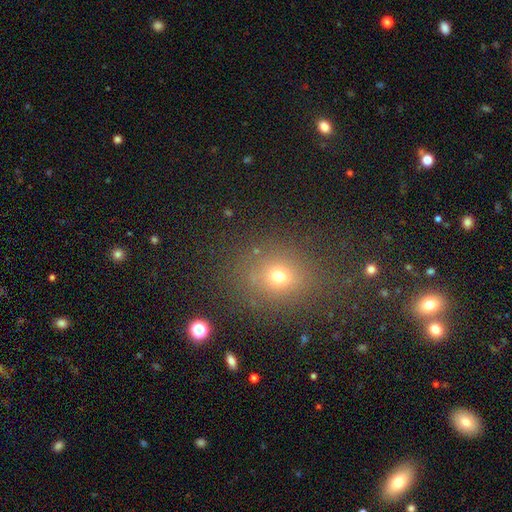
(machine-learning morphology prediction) A smooth galaxy with no disk features (58%) that is round (67%).

Vote fractions:
- Smooth or featured? smooth: 58% / star or artifact: 33% / featured or disk: 9%
- How rounded? round: 67% / in between: 31% / cigar-shaped: 2%
- Merging? none: 82% / minor disturbance: 10% / major disturbance: 5% / merger: 3%